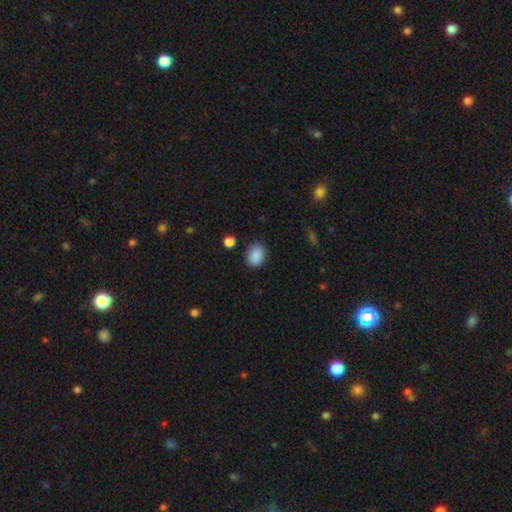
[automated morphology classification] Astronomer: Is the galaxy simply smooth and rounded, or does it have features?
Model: smooth — 89%.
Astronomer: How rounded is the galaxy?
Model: in between — 67%.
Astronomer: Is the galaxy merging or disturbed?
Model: none — 79%.